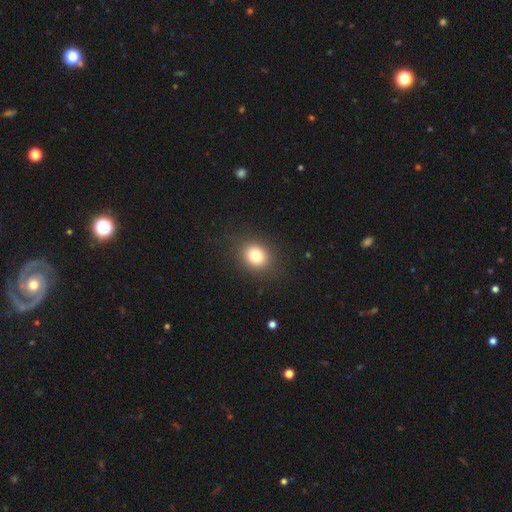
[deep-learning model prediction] A smooth galaxy with no disk features (80%) that is round (63%). Merging: none (86%).